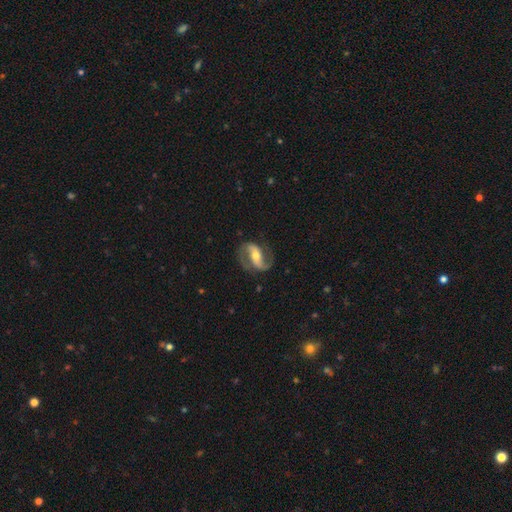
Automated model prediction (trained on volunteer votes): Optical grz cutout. It shows a featured or disk galaxy (88%) with a strong bar (44%), 2 (92%) medium (49%) spiral arms (96%) and a moderate central bulge (58%). Merging: none (79%).